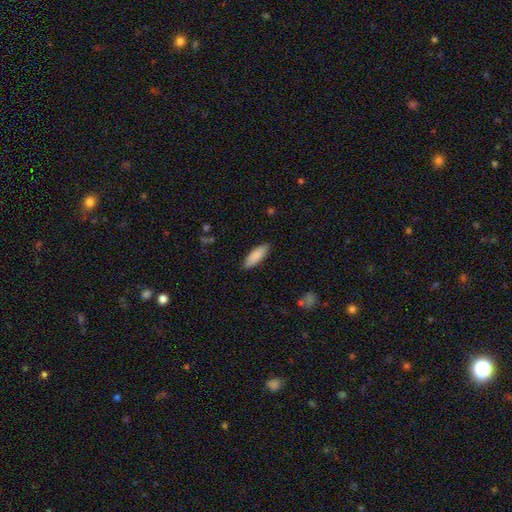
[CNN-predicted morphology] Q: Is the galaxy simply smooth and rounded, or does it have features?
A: smooth — 89%.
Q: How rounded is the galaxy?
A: in between — 62%.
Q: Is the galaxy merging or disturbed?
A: none — 88%.